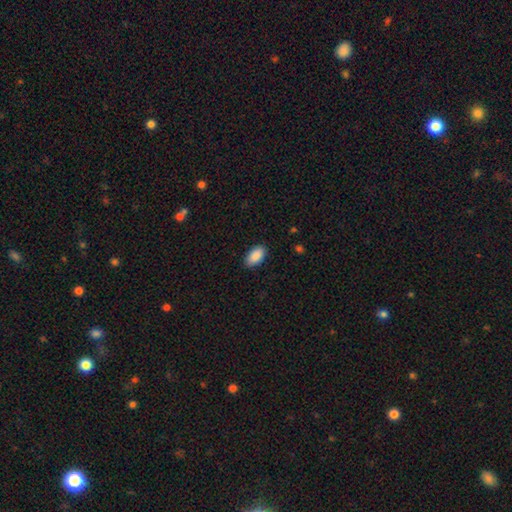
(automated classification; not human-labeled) This appears to be a smooth galaxy with no disk features (90%) that is in between round and cigar-shaped (95%). Merging: none (87%).